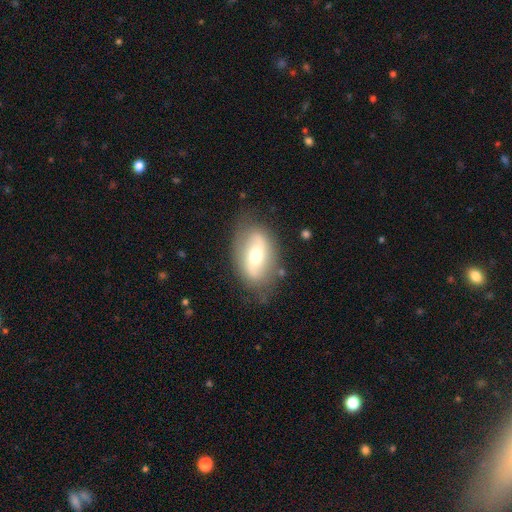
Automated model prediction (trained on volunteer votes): Smooth or featured? Predicted: featured or disk (p=0.54). Edge-on disk? Predicted: no (p=0.90). Merging? Predicted: none (p=0.72).